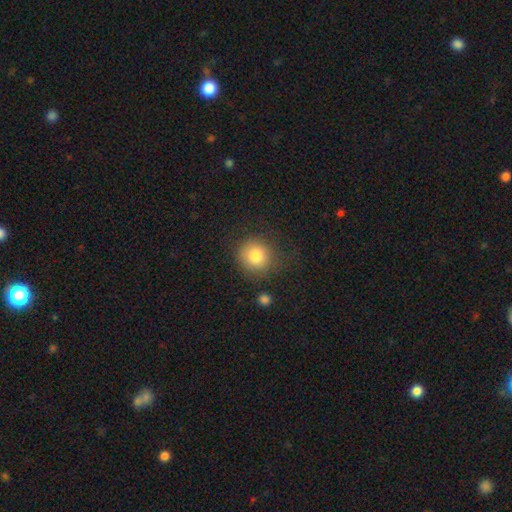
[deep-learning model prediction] Smooth or featured? smooth (82%)
How rounded? round (88%)
Merging? none (74%)